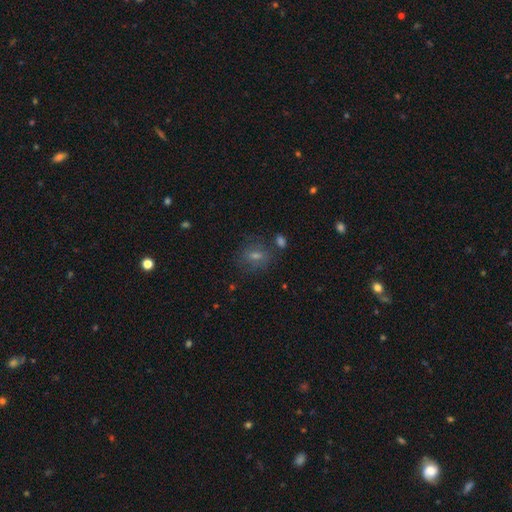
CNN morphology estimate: smooth_or_featured: smooth (p=0.51) [alt: star or artifact p=0.28]
how_rounded: round (p=0.57) [alt: in between p=0.40]
merging: none (p=0.76) [alt: minor disturbance p=0.13]